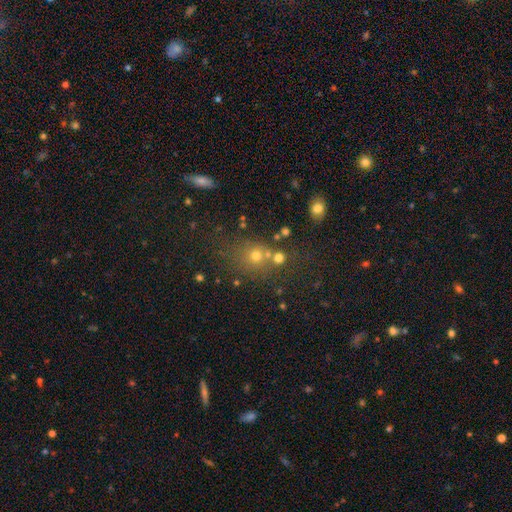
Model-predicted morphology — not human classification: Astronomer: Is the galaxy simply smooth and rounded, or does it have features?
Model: smooth — 67%.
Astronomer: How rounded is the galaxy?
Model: round — 82%.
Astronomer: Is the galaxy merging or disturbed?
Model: none — 62%.